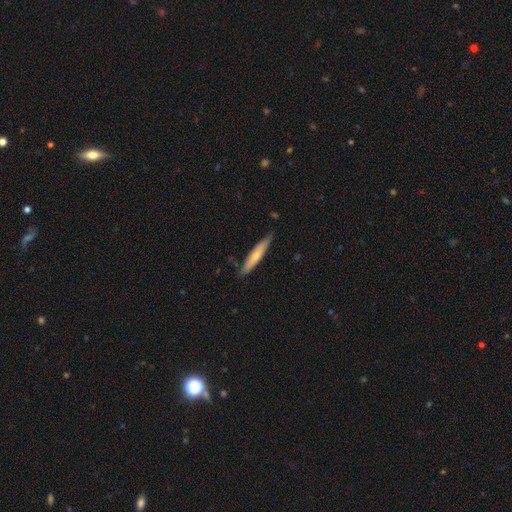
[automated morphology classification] Smooth or featured? Predicted: smooth (p=0.63). How rounded? Predicted: cigar-shaped (p=0.91). Merging? Predicted: none (p=0.82).